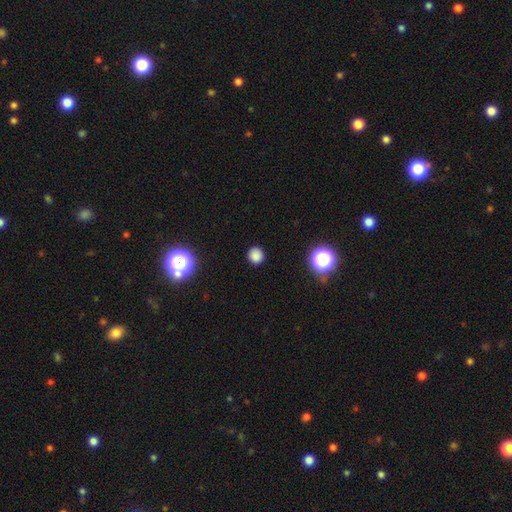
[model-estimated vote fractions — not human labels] Smooth or featured? Predicted: smooth (p=0.81). How rounded? Predicted: round (p=0.92). Merging? Predicted: none (p=0.90).